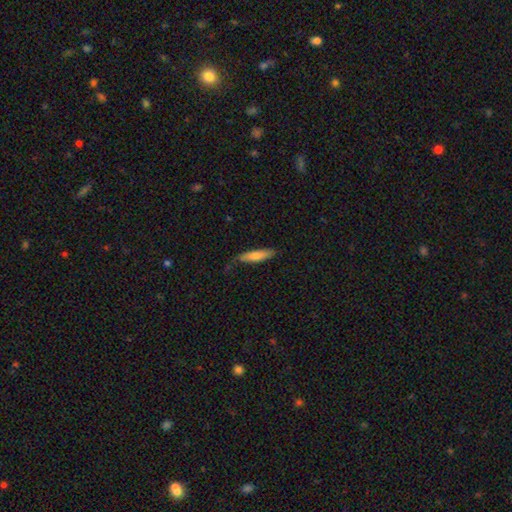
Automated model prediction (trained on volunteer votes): Overall: smooth (76%). How rounded: cigar-shaped (73%). Merging: none (73%).